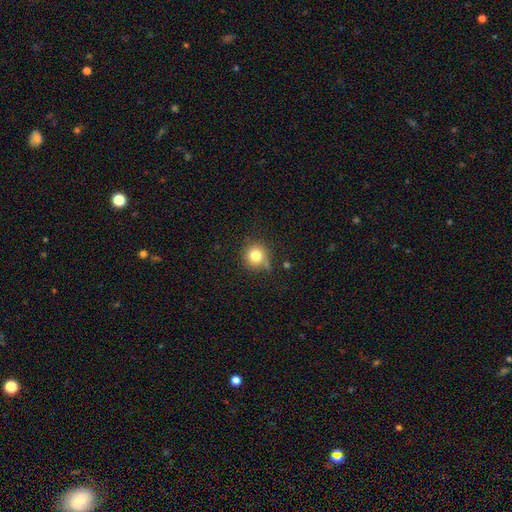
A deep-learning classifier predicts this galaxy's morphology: Smooth or featured? Predicted: smooth (p=0.79). How rounded? Predicted: round (p=0.92). Merging? Predicted: none (p=0.72).